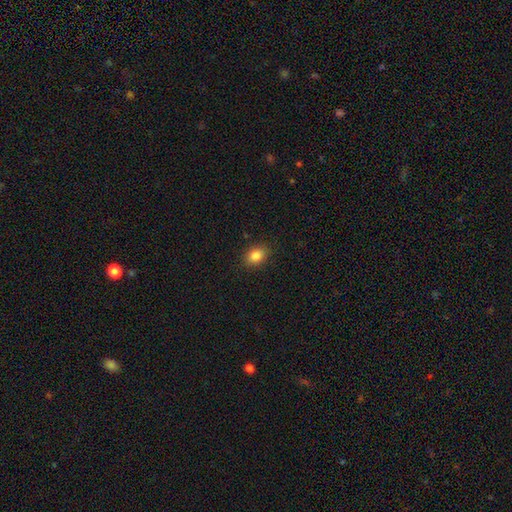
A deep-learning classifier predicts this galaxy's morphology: A smooth galaxy with no disk features (85%) that is in between round and cigar-shaped (69%). Merging: none (87%).